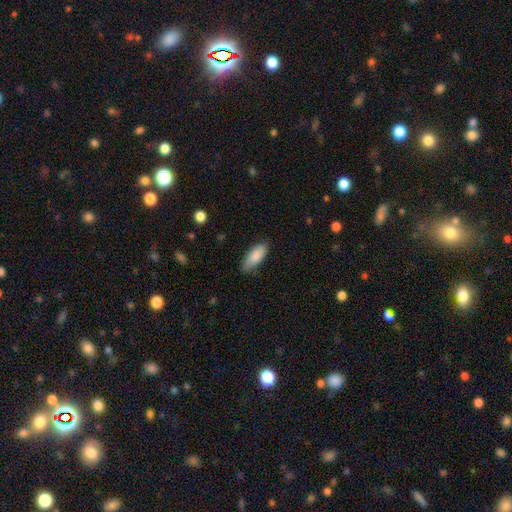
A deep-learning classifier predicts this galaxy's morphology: smooth-or-featured: smooth: 85% | featured or disk: 9% | star or artifact: 6%
  how-rounded: in between: 78% | cigar-shaped: 20% | round: 2%
  merging: none: 79% | minor disturbance: 17% | major disturbance: 3% | merger: 1%